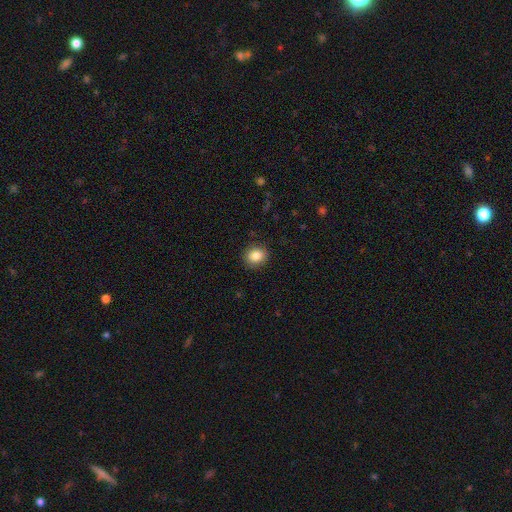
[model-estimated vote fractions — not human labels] Smooth or featured?
  - smooth: 86% *
  - star or artifact: 9%
  - featured or disk: 5%
How rounded?
  - round: 72% *
  - in between: 27%
  - cigar-shaped: 1%
Merging?
  - none: 89% *
  - minor disturbance: 8%
  - major disturbance: 2%
  - merger: 1%